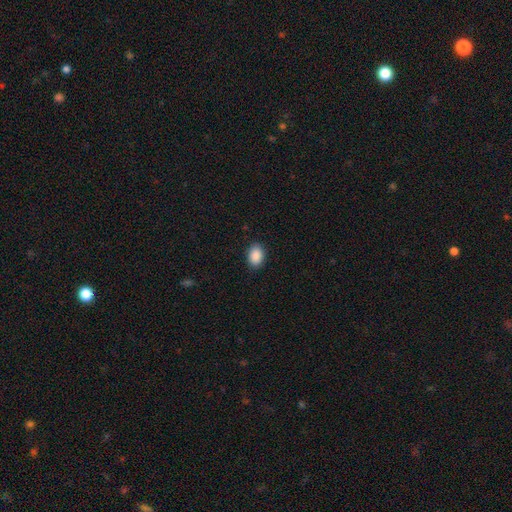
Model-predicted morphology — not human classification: Overall: smooth (90%). How rounded: in between (83%). Merging: none (89%).